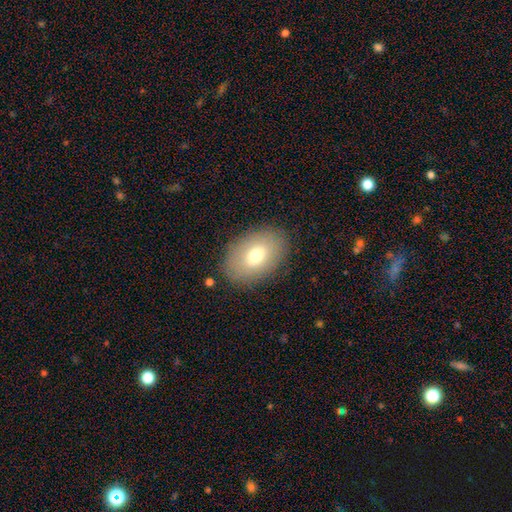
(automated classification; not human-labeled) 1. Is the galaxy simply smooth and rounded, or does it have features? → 70% smooth, 21% featured or disk, 9% star or artifact.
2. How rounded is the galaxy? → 86% in between, 13% round, 1% cigar-shaped.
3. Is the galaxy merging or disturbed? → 85% none, 10% minor disturbance, 4% major disturbance, 1% merger.